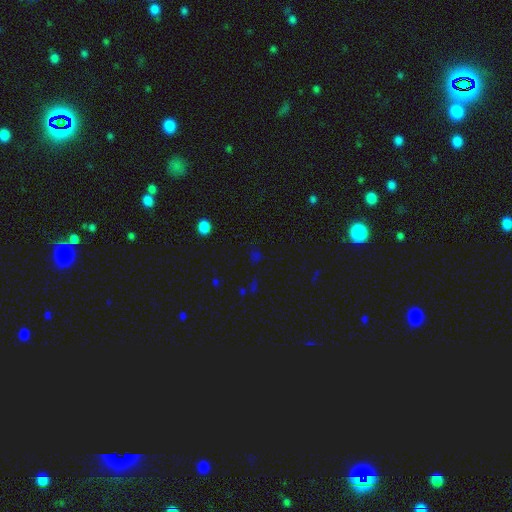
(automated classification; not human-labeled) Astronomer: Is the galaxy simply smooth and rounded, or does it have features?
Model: star or artifact — 52% (runner-up: smooth, 40%).